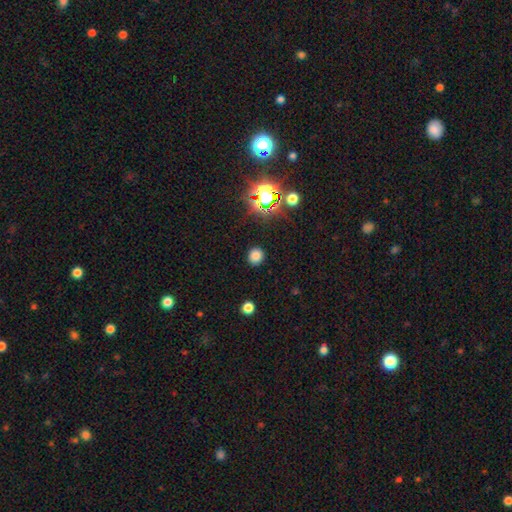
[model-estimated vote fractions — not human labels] smooth-or-featured: smooth: 77% | star or artifact: 18% | featured or disk: 5%
  how-rounded: round: 85% | in between: 14% | cigar-shaped: 1%
  merging: none: 90% | minor disturbance: 7% | major disturbance: 2% | merger: 1%